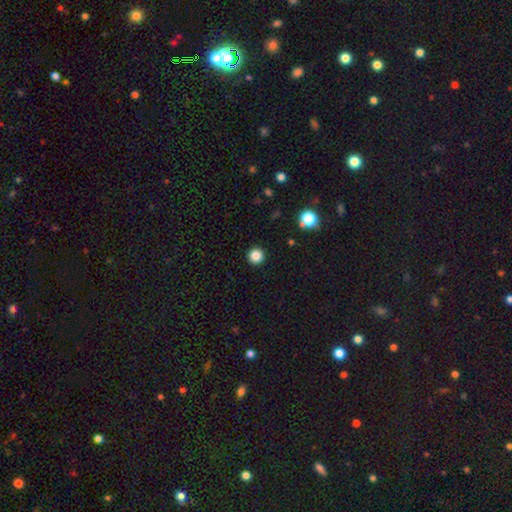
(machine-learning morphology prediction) type=smooth (85%); roundness=round (96%); merging=none (93%).